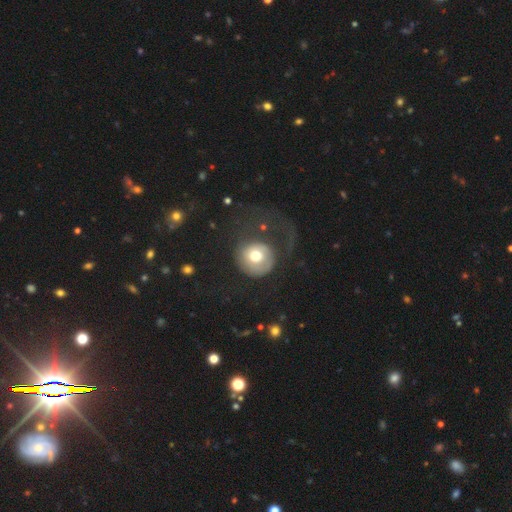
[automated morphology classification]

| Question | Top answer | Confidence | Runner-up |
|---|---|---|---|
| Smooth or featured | smooth | 61% | featured or disk (32%) |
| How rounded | round | 89% | in between (10%) |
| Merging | major disturbance | 45% | none (38%) |